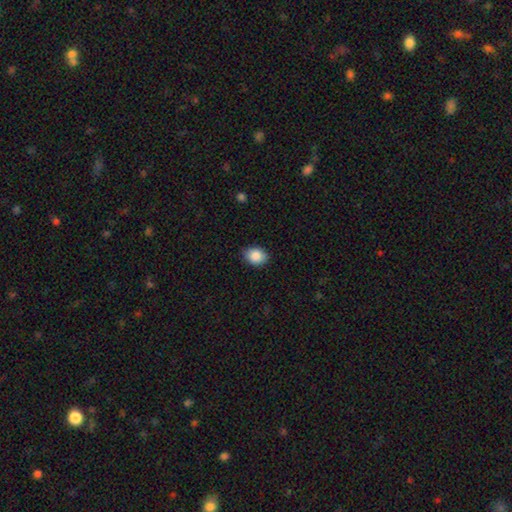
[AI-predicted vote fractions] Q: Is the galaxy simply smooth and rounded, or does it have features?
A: smooth — 87%.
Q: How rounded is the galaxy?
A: in between — 62%.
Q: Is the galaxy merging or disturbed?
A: none — 87%.